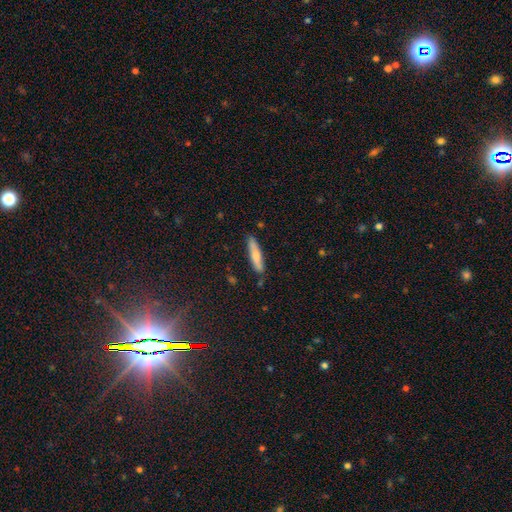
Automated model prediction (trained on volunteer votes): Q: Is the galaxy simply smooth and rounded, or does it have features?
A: smooth — 70%.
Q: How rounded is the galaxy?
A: cigar-shaped — 84%.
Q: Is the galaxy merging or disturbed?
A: none — 83%.